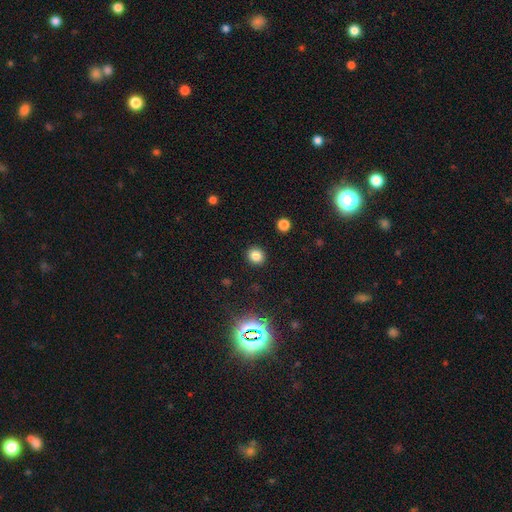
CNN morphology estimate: smooth-or-featured: smooth: 81% | star or artifact: 14% | featured or disk: 5%
  how-rounded: round: 82% | in between: 17% | cigar-shaped: 1%
  merging: none: 91% | minor disturbance: 6% | major disturbance: 2% | merger: 1%